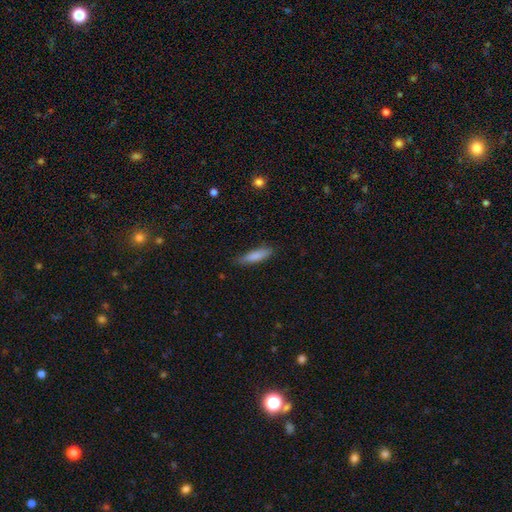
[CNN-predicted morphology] type=smooth (84%); roundness=cigar-shaped (71%); merging=none (80%).